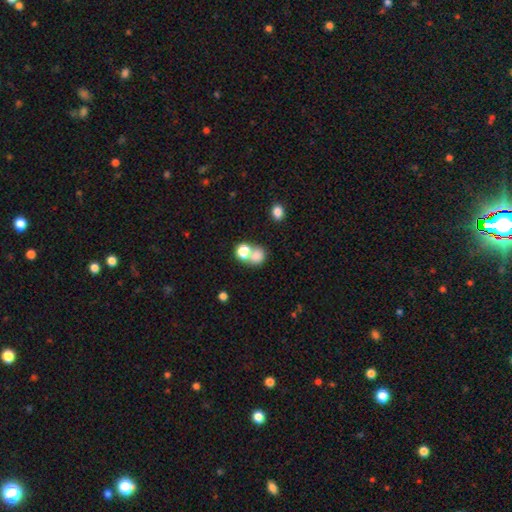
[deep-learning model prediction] smooth 75%, star or artifact 15%, featured or disk 10%. Down the decision tree: how rounded — round (68%); merging — merger (48%).